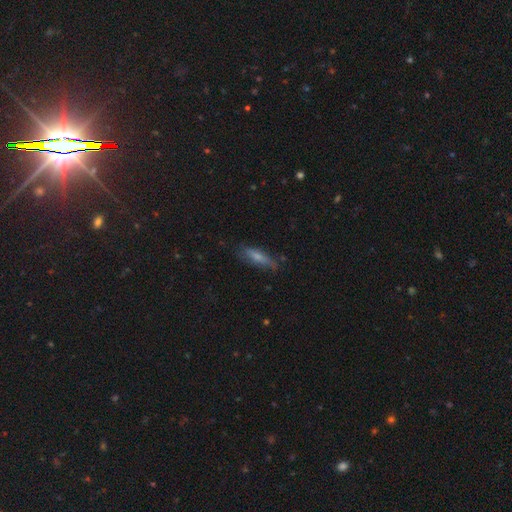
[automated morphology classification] This is possibly a smooth galaxy (51%). How rounded: likely cigar-shaped (70%). Merging: likely none (77%).